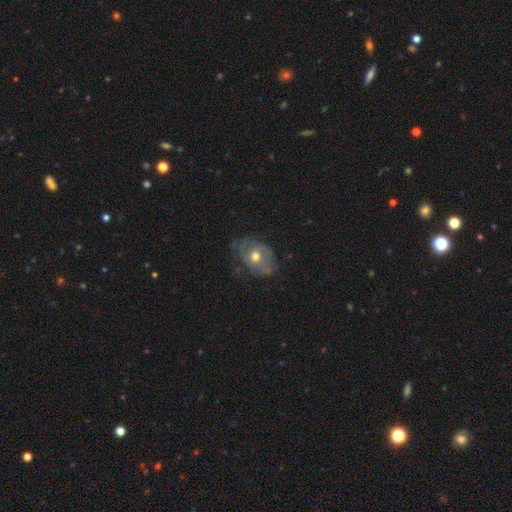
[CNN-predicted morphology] Overall: featured or disk (59%; smooth 32%). Edge-on disk: no (94%). Bar: no (78%). Spiral arms: yes (52%; no 48%). Bulge size: moderate (75%). Merging: none (57%; minor disturbance 28%).